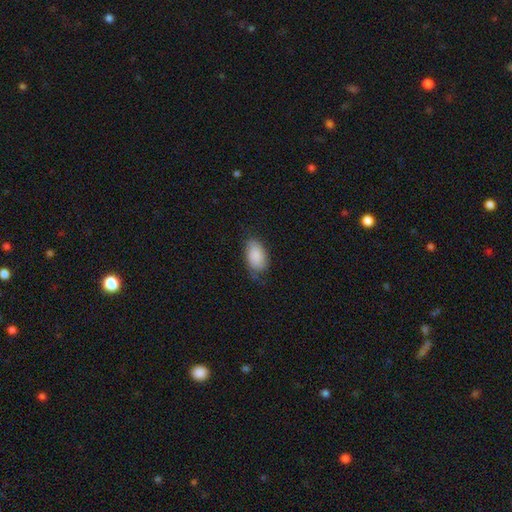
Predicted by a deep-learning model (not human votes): Overall: smooth (84%). How rounded: in between (94%). Merging: none (64%; minor disturbance 27%).